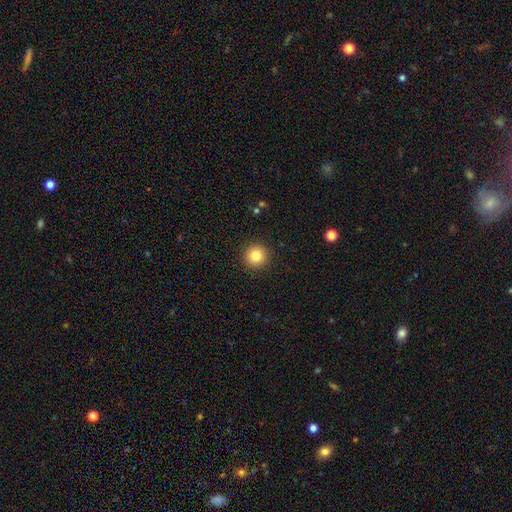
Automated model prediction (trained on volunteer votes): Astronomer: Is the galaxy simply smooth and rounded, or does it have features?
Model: smooth — 83%.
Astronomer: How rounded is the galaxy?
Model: round — 95%.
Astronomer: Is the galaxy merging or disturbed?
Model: none — 92%.